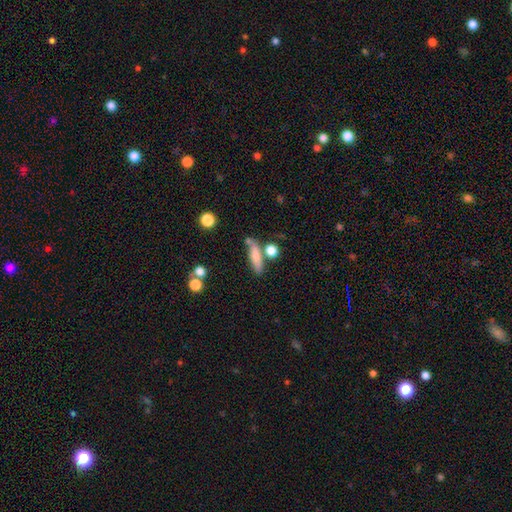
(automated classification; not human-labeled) A smooth galaxy with no disk features (73%) that is cigar-shaped (66%).

Vote fractions:
- Smooth or featured? smooth: 73% / featured or disk: 19% / star or artifact: 8%
- How rounded? cigar-shaped: 66% / in between: 30% / round: 5%
- Merging? none: 66% / merger: 15% / minor disturbance: 14% / major disturbance: 5%